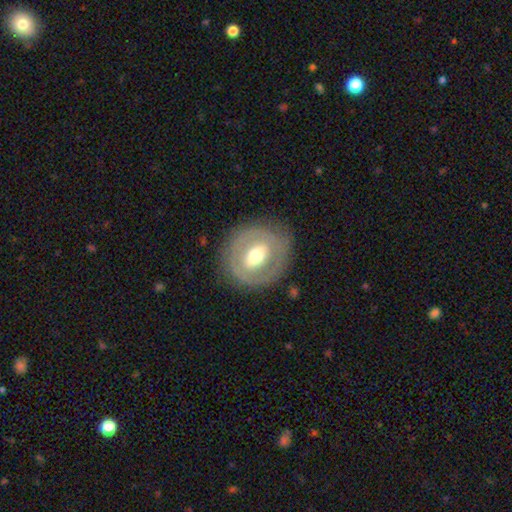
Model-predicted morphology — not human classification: Smooth or featured? Predicted: featured or disk (p=0.57). Edge-on disk? Predicted: no (p=0.93). Bar? Predicted: no (p=0.36). Spiral arms? Predicted: no (p=0.79). Bulge size? Predicted: moderate (p=0.68). Merging? Predicted: none (p=0.80).